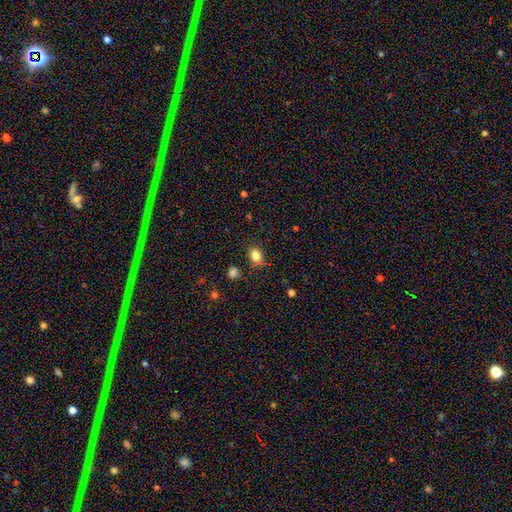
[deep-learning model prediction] The model was most divided on "how rounded": in between: 50%, round: 49%, cigar-shaped: 1%. More confident: smooth or featured — smooth (82%); merging — none (82%).